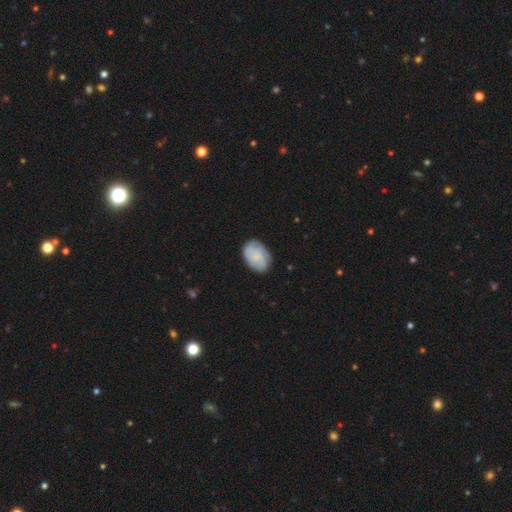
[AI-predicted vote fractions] The model was most divided on "smooth or featured": smooth: 62%, featured or disk: 31%, star or artifact: 7%. More confident: how rounded — in between (82%); merging — none (76%).